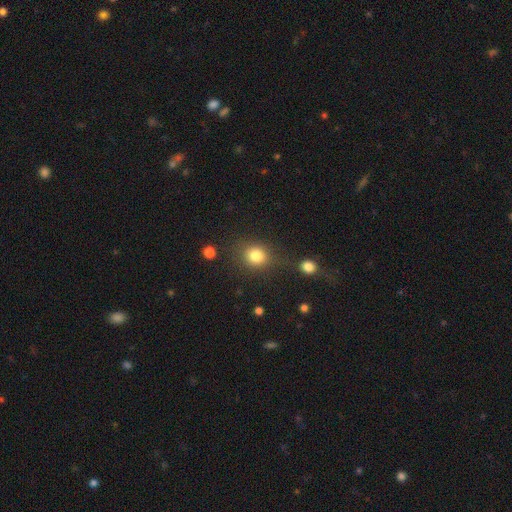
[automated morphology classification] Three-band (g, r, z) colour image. It shows a smooth galaxy with no disk features (81%) that is round (73%). Merging: none (74%).